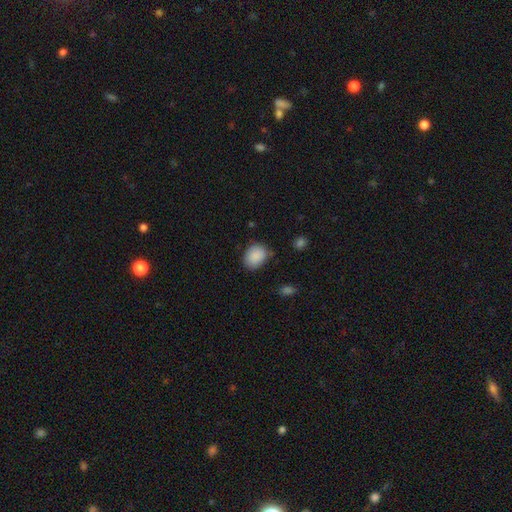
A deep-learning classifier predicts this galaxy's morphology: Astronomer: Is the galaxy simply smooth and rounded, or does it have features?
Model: smooth — 88%.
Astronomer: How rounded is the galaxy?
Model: in between — 53% (runner-up: round, 47%).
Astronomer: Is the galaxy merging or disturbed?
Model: none — 73%.